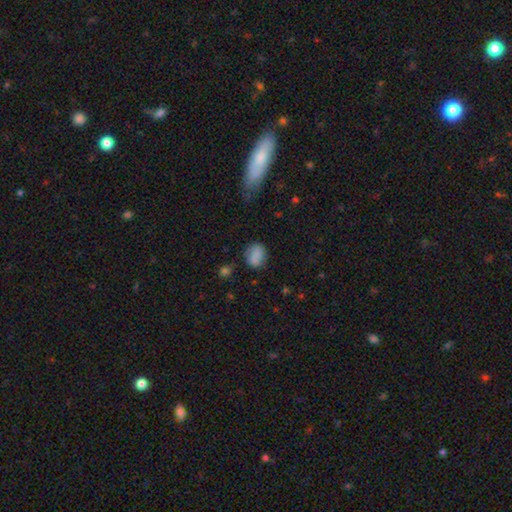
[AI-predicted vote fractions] This is clearly a smooth galaxy (83%). How rounded: possibly in between (57%). Merging: likely none (74%).